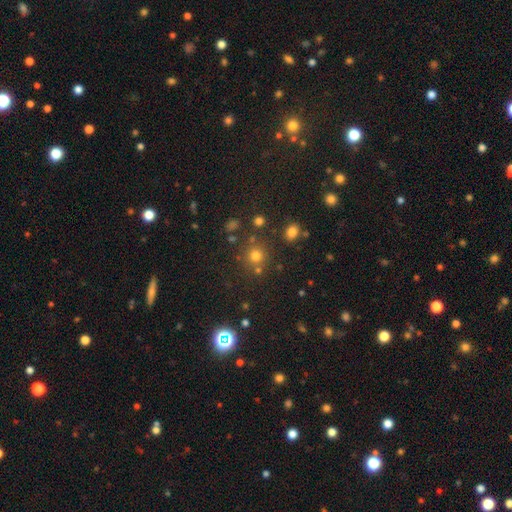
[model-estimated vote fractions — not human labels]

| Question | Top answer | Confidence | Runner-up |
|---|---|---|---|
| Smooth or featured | smooth | 69% | star or artifact (22%) |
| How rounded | round | 89% | in between (10%) |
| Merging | none | 76% | merger (11%) |